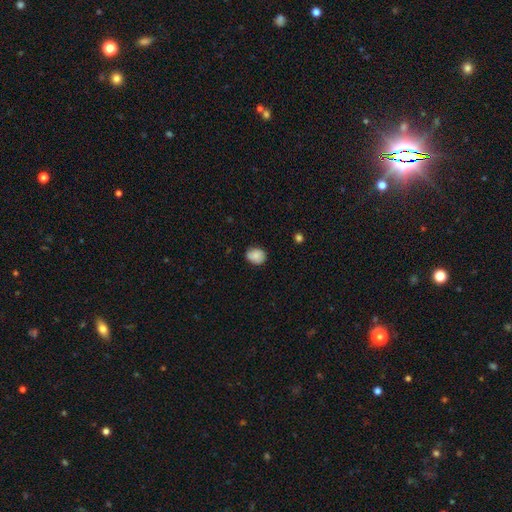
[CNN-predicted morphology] smooth_or_featured: smooth (p=0.83) [alt: featured or disk p=0.09]
how_rounded: round (p=0.60) [alt: in between p=0.39]
merging: none (p=0.75) [alt: minor disturbance p=0.20]